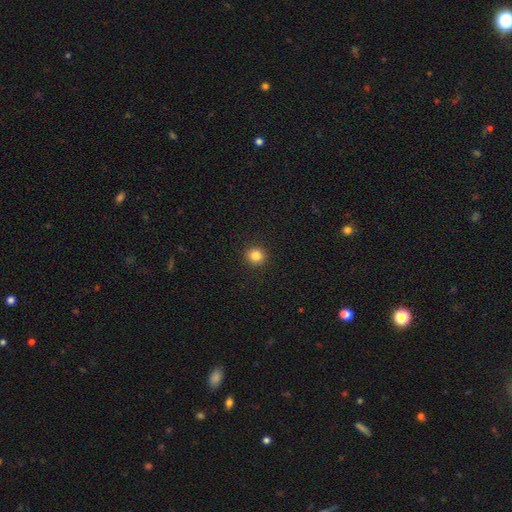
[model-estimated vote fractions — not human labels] Smooth or featured: smooth — 84% (star or artifact — 12%)
How rounded: round — 91% (in between — 8%)
Merging: none — 93% (minor disturbance — 5%)